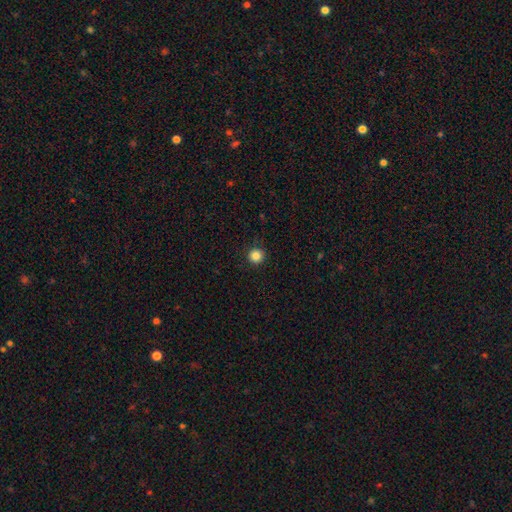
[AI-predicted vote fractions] A smooth galaxy with no disk features (85%) that is round (96%). Merging: none (92%).